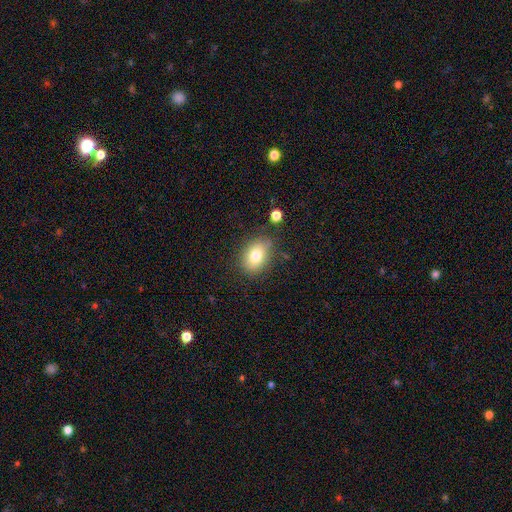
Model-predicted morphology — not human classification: A smooth galaxy with no disk features (79%) that is in between round and cigar-shaped (75%). Merging: none (79%).